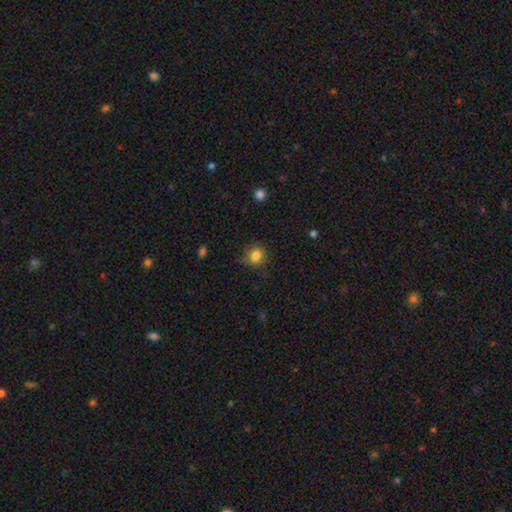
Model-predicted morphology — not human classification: A smooth galaxy with no disk features (83%) that is round (67%). Merging: none (77%).